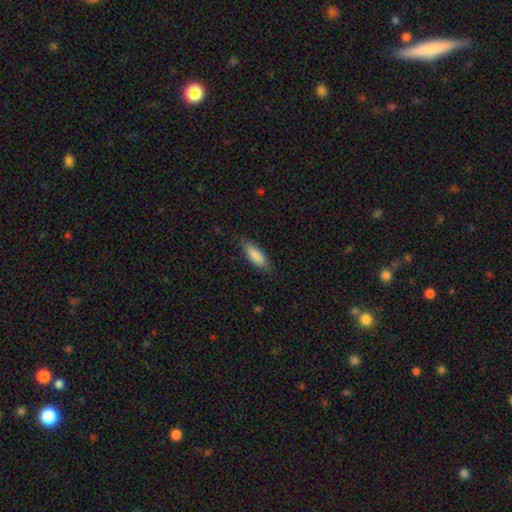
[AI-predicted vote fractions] smooth 85%, featured or disk 9%, star or artifact 6%. Down the decision tree: how rounded — in between (64%); merging — none (77%).